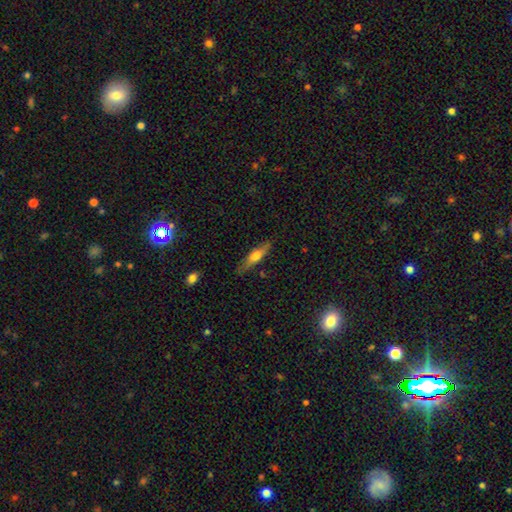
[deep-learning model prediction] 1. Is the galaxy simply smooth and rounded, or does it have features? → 52% smooth, 42% featured or disk, 6% star or artifact.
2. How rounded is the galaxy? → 72% cigar-shaped, 26% in between, 2% round.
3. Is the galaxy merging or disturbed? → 82% none, 14% minor disturbance, 3% major disturbance, 2% merger.